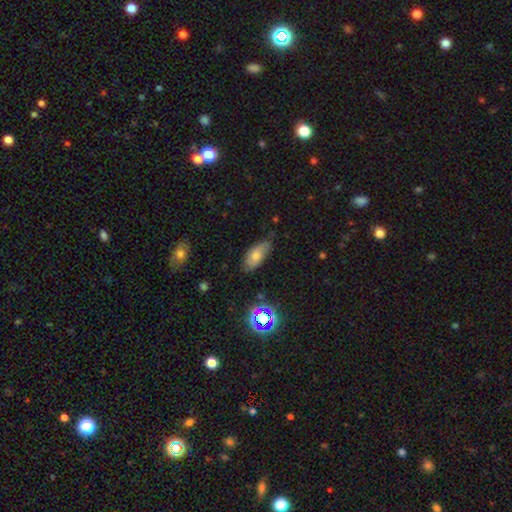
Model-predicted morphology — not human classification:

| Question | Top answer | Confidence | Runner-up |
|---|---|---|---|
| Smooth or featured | smooth | 64% | featured or disk (24%) |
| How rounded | in between | 87% | cigar-shaped (9%) |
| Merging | none | 66% | minor disturbance (27%) |